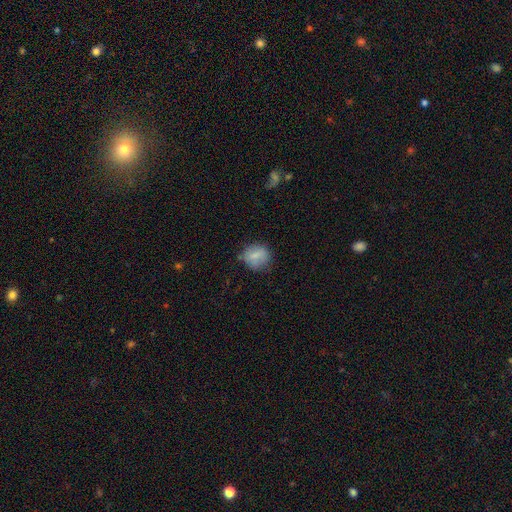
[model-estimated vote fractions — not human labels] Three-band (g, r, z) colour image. It shows a smooth galaxy with no disk features (75%) that is round (68%). Merging: none (68%).